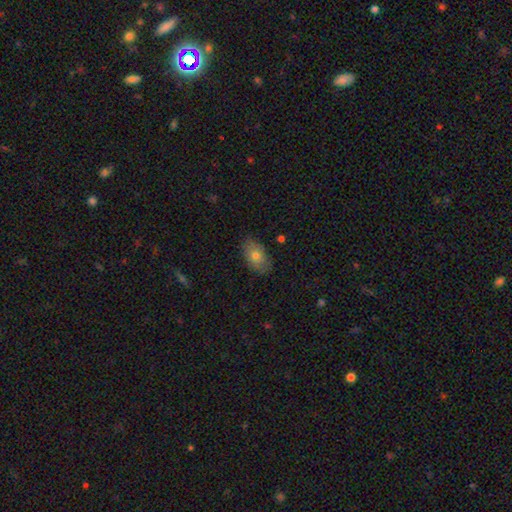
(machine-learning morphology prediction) A smooth galaxy with no disk features (74%) that is in between round and cigar-shaped (90%).

Vote fractions:
- Smooth or featured? smooth: 74% / featured or disk: 19% / star or artifact: 8%
- How rounded? in between: 90% / round: 9% / cigar-shaped: 2%
- Merging? none: 82% / minor disturbance: 14% / major disturbance: 3% / merger: 1%